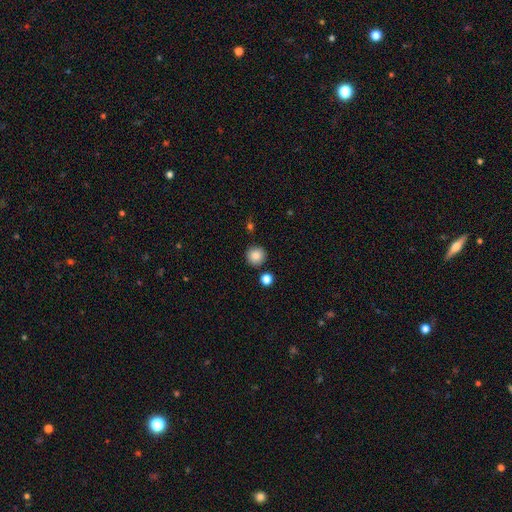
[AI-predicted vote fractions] smooth_or_featured: smooth (p=0.86) [alt: star or artifact p=0.10]
how_rounded: round (p=0.94) [alt: in between p=0.05]
merging: none (p=0.88) [alt: minor disturbance p=0.07]